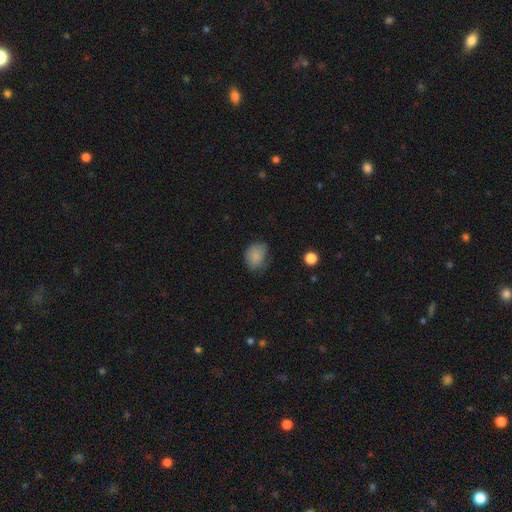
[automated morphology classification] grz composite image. It shows a smooth galaxy with no disk features (84%) that is in between round and cigar-shaped (53%). Merging: none (60%).